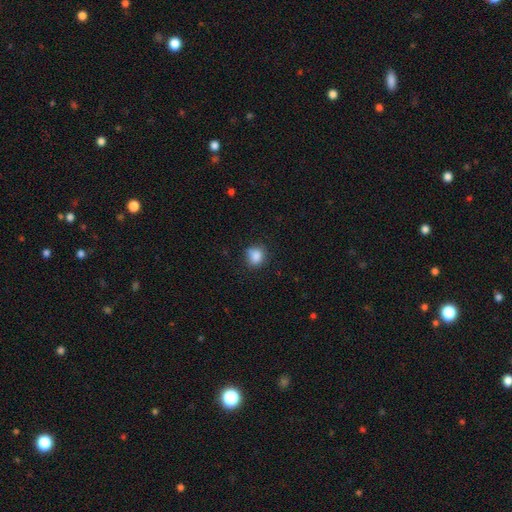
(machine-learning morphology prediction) Smooth or featured?
  - smooth: 84% *
  - star or artifact: 10%
  - featured or disk: 6%
How rounded?
  - round: 67% *
  - in between: 32%
  - cigar-shaped: 1%
Merging?
  - none: 70% *
  - minor disturbance: 20%
  - merger: 5%
  - major disturbance: 5%